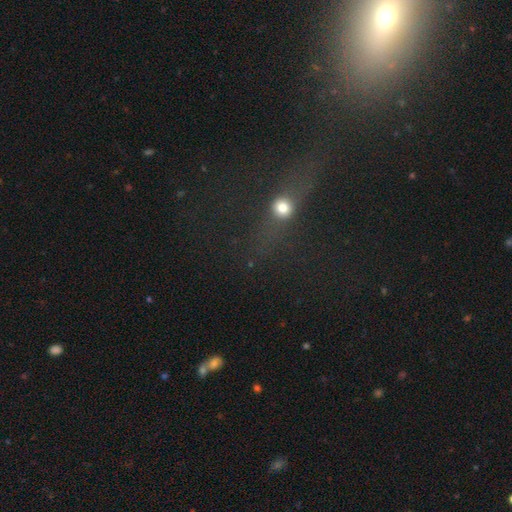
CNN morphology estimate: smooth-or-featured: star or artifact: 45% | featured or disk: 32% | smooth: 23%